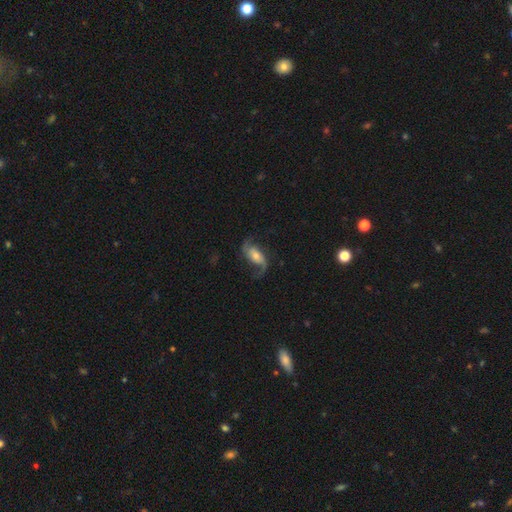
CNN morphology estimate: Smooth or featured? Predicted: featured or disk (p=0.81). Edge-on disk? Predicted: no (p=0.95). Bar? Predicted: no (p=0.43). Spiral arms? Predicted: yes (p=0.95). Spiral winding? Predicted: loose (p=0.64). Spiral arm count? Predicted: 2 (p=0.90). Bulge size? Predicted: moderate (p=0.45). Merging? Predicted: none (p=0.69).